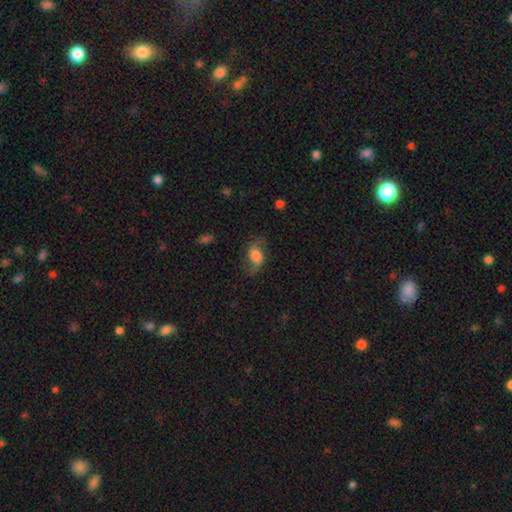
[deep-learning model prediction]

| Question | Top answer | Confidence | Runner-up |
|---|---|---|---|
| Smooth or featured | featured or disk | 60% | smooth (31%) |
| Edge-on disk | no | 96% | yes (4%) |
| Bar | no | 53% | weak (36%) |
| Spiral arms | yes | 91% | no (9%) |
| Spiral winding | loose | 66% | medium (28%) |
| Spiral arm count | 2 | 90% | 1 (4%) |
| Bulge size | large | 41% | moderate (25%) |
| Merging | none | 67% | minor disturbance (19%) |